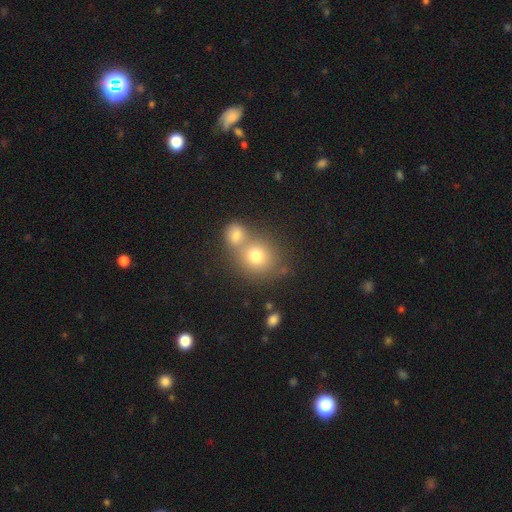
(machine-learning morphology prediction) Smooth or featured? smooth (74%)
How rounded? round (81%)
Merging? merger (45%)